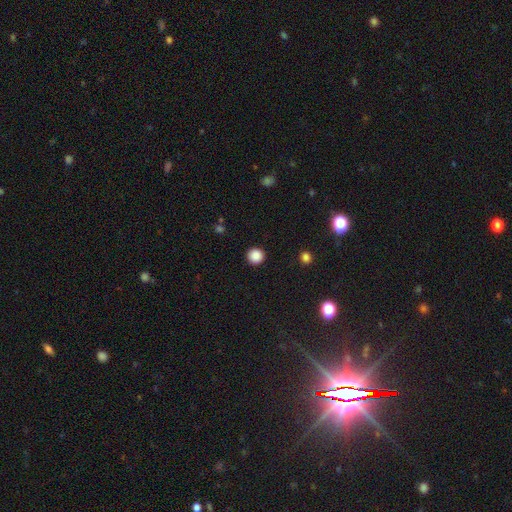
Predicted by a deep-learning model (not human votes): This appears to be a smooth galaxy with no disk features (87%) that is round (95%). Merging: none (92%).